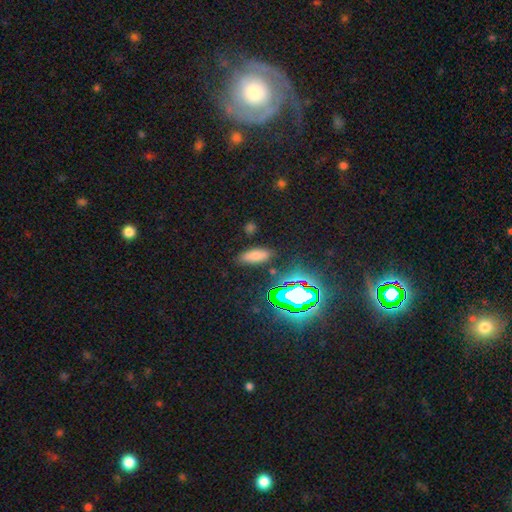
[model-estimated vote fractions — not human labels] Overall: smooth (69%). How rounded: in between (74%). Merging: none (86%).